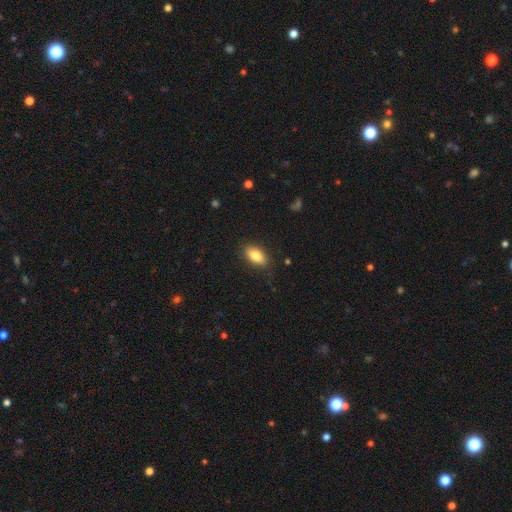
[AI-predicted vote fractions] smooth 84%, featured or disk 9%, star or artifact 7%. Down the decision tree: how rounded — in between (89%); merging — none (83%).